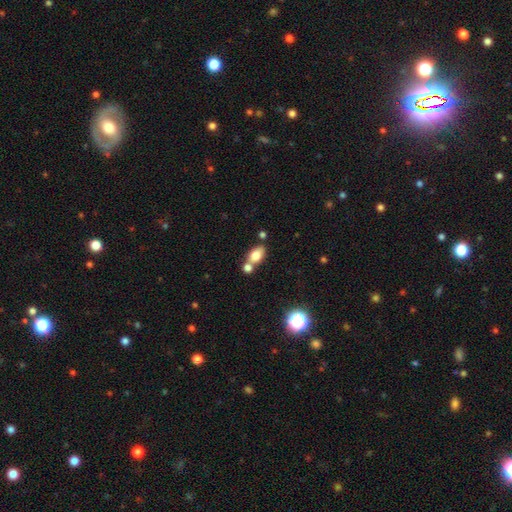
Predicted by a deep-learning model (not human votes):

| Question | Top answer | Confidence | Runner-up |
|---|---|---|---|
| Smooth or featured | smooth | 76% | featured or disk (14%) |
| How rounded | in between | 84% | round (13%) |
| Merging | none | 49% | merger (36%) |